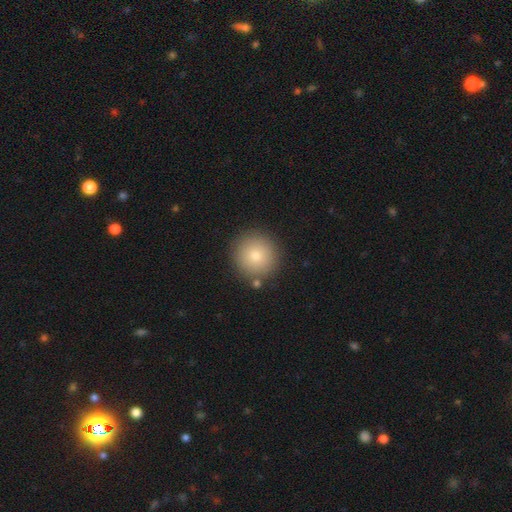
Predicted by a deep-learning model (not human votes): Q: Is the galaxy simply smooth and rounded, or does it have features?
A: smooth — 80%.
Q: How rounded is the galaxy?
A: round — 94%.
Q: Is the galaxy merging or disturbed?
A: none — 85%.